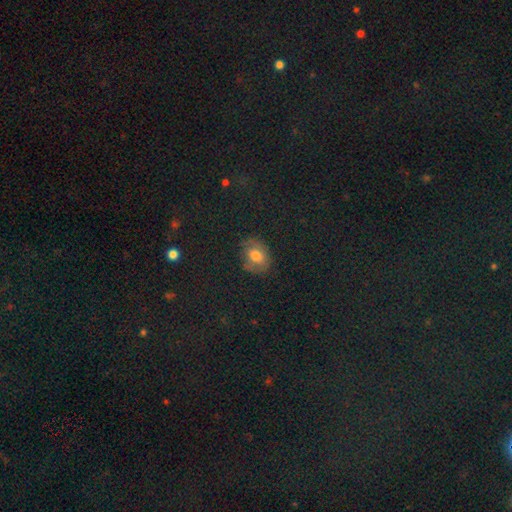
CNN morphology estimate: Smooth or featured? Predicted: smooth (p=0.61). How rounded? Predicted: in between (p=0.60). Merging? Predicted: none (p=0.71).